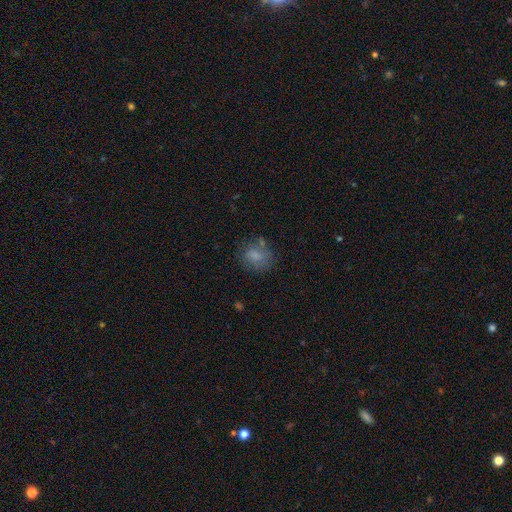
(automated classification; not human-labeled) Overall: smooth (73%). How rounded: round (67%; in between 31%). Merging: none (63%).